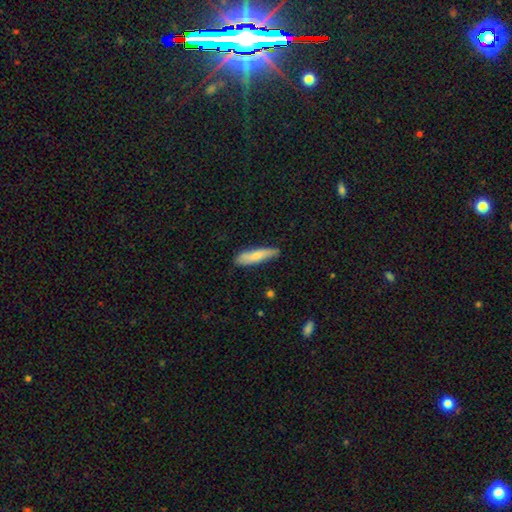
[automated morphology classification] Smooth or featured: smooth — 74% (featured or disk — 20%)
How rounded: cigar-shaped — 75% (in between — 23%)
Merging: none — 77% (minor disturbance — 18%)